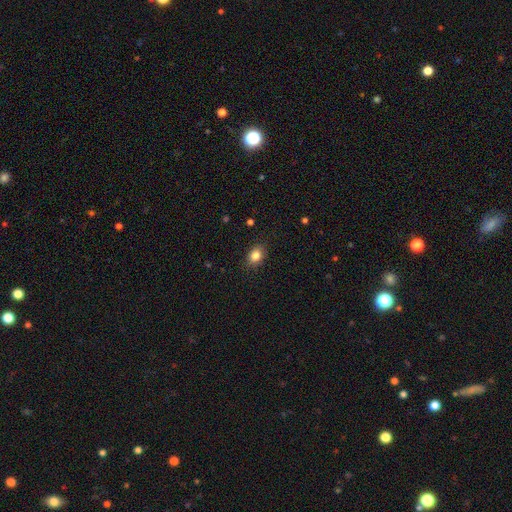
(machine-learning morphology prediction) The model was most divided on "how rounded": in between: 74%, round: 25%, cigar-shaped: 1%. More confident: merging — none (86%); smooth or featured — smooth (84%).